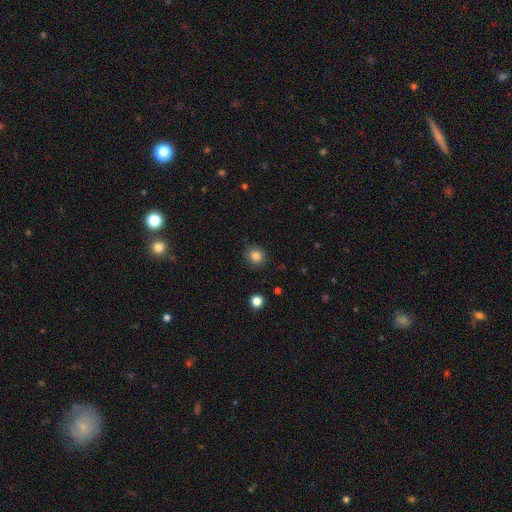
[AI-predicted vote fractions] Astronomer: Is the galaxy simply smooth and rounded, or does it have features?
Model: smooth — 85%.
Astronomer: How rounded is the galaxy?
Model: round — 87%.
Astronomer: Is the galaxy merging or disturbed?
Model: none — 81%.